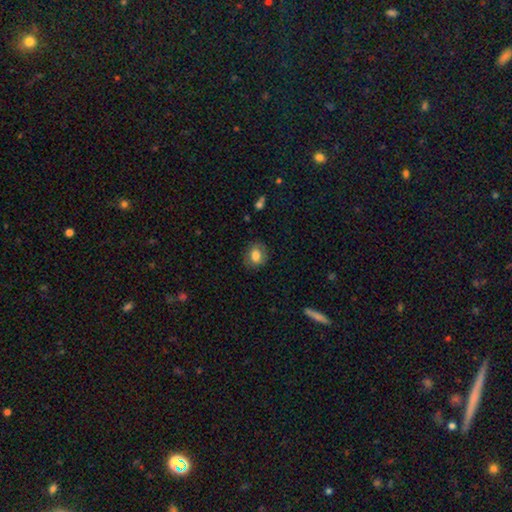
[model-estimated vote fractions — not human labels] Q: Smooth or featured?
A: smooth (80%); runner-up: featured or disk (11%)
Q: How rounded?
A: round (56%); runner-up: in between (43%)
Q: Merging?
A: none (80%); runner-up: minor disturbance (14%)